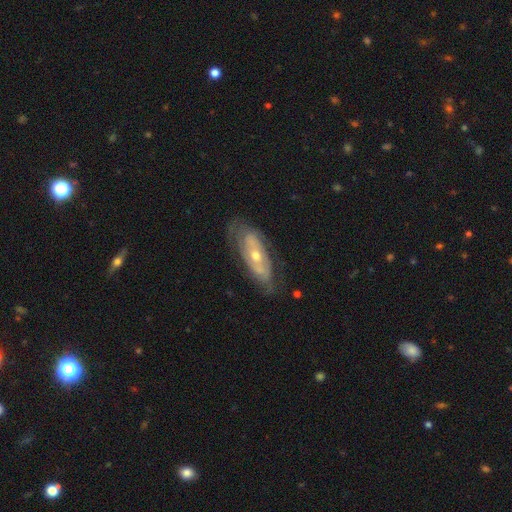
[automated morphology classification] Smooth or featured?
  - featured or disk: 72% *
  - smooth: 22%
  - star or artifact: 6%
Edge-on disk?
  - no: 83% *
  - yes: 17%
Bar?
  - no: 72% *
  - weak: 19%
  - strong: 8%
Spiral arms?
  - yes: 61% *
  - no: 39%
Bulge size?
  - moderate: 55% *
  - small: 41%
  - large: 3%
  - none: 1%
  - dominant: 1%
Merging?
  - none: 68% *
  - minor disturbance: 21%
  - major disturbance: 9%
  - merger: 2%